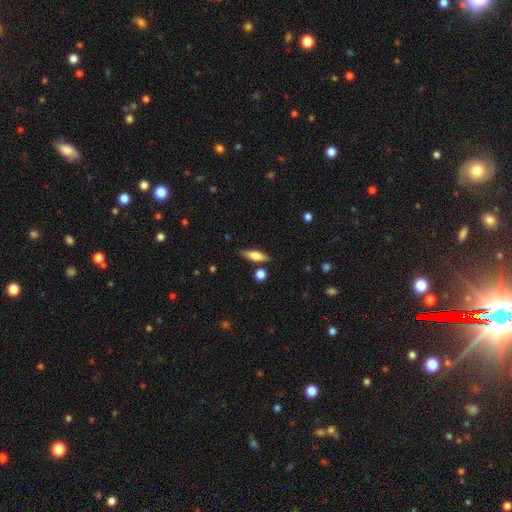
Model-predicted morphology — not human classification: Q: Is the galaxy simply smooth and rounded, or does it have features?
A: smooth — 57%.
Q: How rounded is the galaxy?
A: cigar-shaped — 53%.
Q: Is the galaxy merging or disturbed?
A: none — 81%.